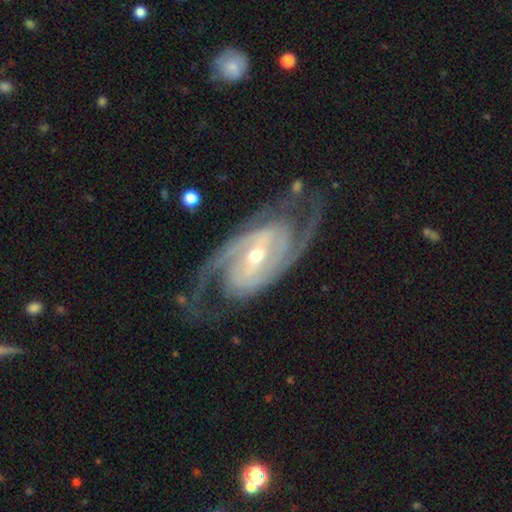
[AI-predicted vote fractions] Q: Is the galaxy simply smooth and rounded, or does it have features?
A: featured or disk — 92%.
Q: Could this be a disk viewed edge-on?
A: no — 96%.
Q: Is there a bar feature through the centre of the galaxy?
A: strong — 41%.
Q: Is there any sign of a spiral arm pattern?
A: yes — 98%.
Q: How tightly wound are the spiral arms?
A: medium — 45%, tied with tight.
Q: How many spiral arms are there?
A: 2 — 85%.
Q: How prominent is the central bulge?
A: moderate — 55%.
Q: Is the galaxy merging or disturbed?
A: none — 76%.